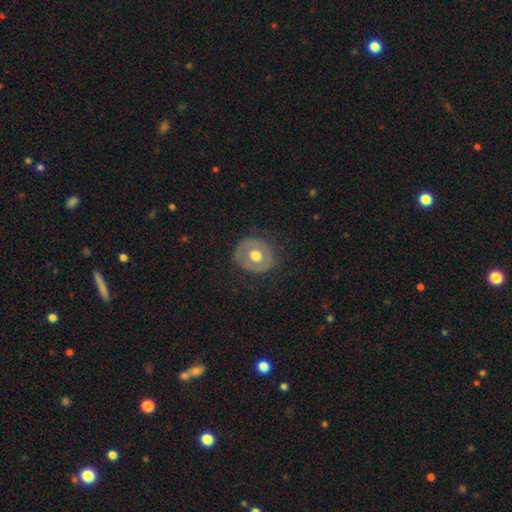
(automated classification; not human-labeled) smooth-or-featured: smooth: 48% | featured or disk: 45% | star or artifact: 7%
  merging: none: 79% | minor disturbance: 14% | major disturbance: 6% | merger: 1%